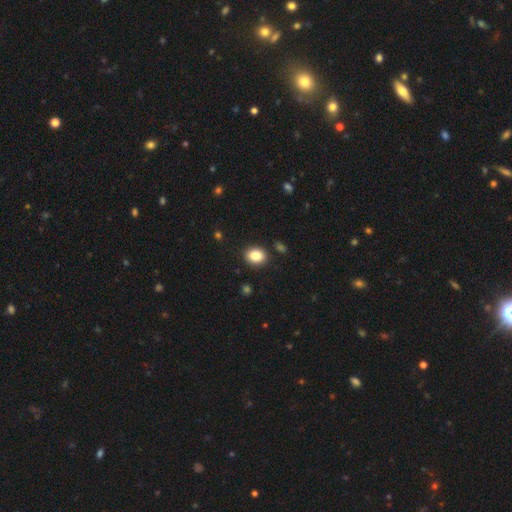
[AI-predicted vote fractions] Q: Smooth or featured?
A: smooth (85%); runner-up: star or artifact (9%)
Q: How rounded?
A: in between (54%); runner-up: round (46%)
Q: Merging?
A: none (89%); runner-up: minor disturbance (7%)